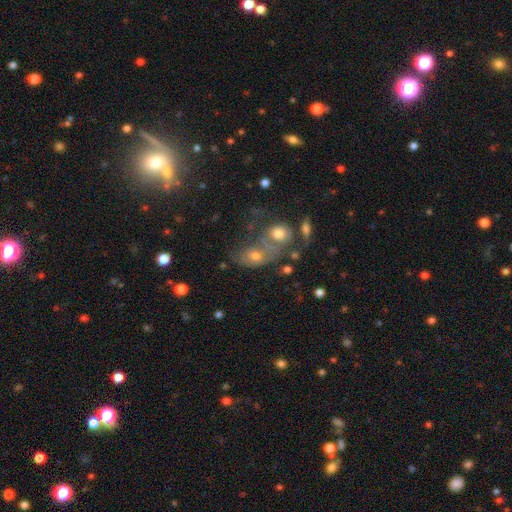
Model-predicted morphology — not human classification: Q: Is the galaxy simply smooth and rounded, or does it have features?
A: smooth — 47%.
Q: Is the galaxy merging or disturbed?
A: merger — 50%.